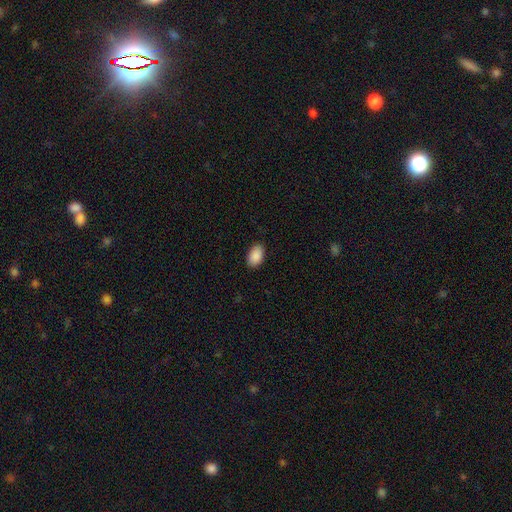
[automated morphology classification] smooth_or_featured: smooth (p=0.91) [alt: star or artifact p=0.07]
how_rounded: in between (p=0.91) [alt: round p=0.08]
merging: none (p=0.88) [alt: minor disturbance p=0.09]